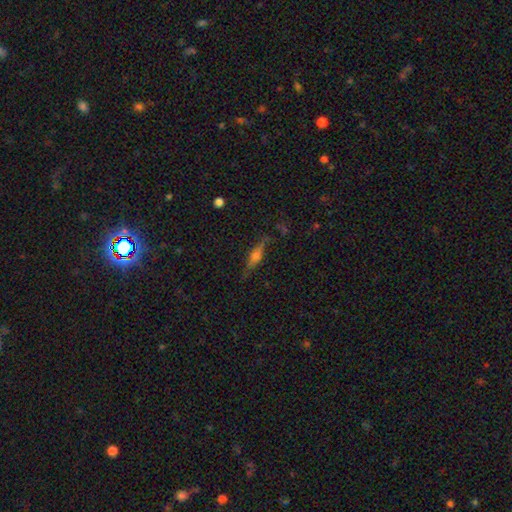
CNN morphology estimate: A featured or disk galaxy (63%) viewed edge-on (95%) with a rounded central bulge (85%).

Vote fractions:
- Smooth or featured? featured or disk: 63% / smooth: 26% / star or artifact: 11%
- Edge-on disk? yes: 95% / no: 5%
- Edge-on bulge? rounded: 85% / boxy: 10% / none: 5%
- Merging? none: 80% / minor disturbance: 14% / major disturbance: 4% / merger: 2%